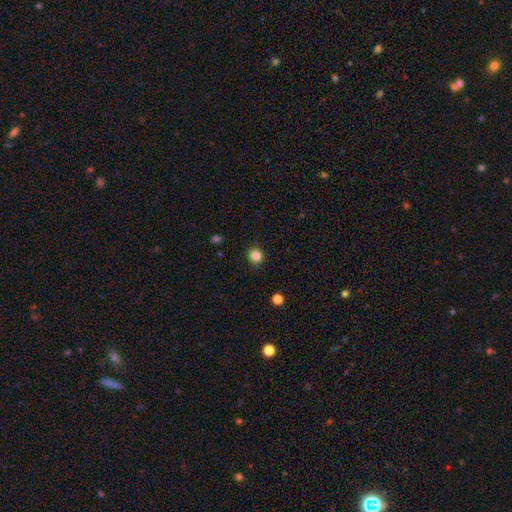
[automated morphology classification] A smooth galaxy with no disk features (84%) that is round (88%).

Vote fractions:
- Smooth or featured? smooth: 84% / star or artifact: 12% / featured or disk: 4%
- How rounded? round: 88% / in between: 11% / cigar-shaped: 1%
- Merging? none: 90% / minor disturbance: 7% / major disturbance: 2% / merger: 1%